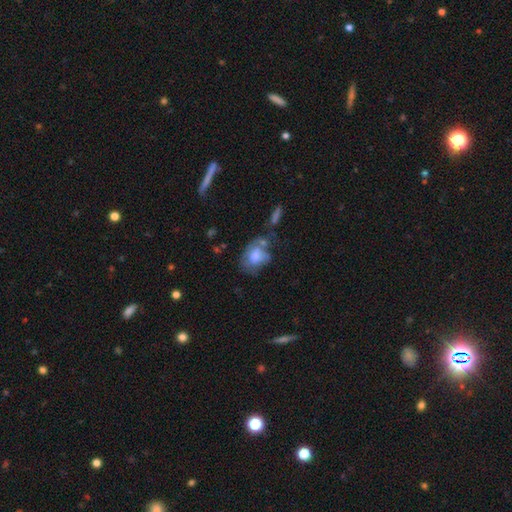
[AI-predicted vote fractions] A smooth galaxy with no disk features (59%) that is in between round and cigar-shaped (71%). Merging: major disturbance (27%).